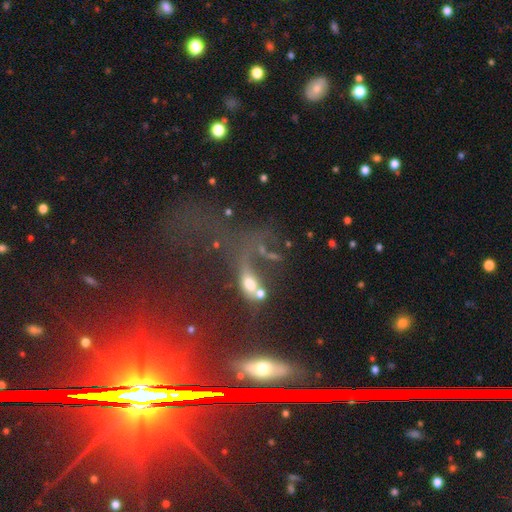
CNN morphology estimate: Smooth or featured? Predicted: star or artifact (p=0.66).